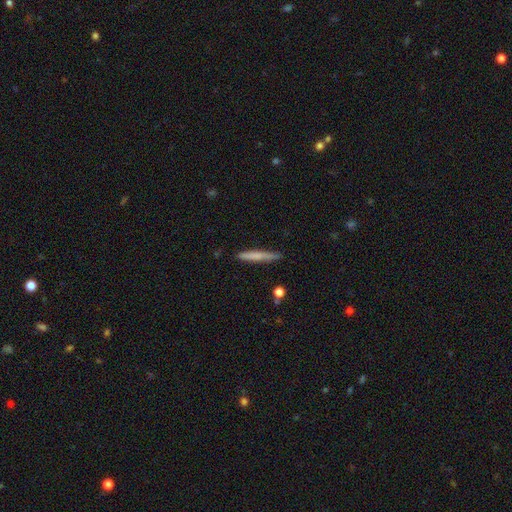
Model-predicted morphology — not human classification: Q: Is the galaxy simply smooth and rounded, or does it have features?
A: smooth — 66%.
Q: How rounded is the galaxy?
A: cigar-shaped — 95%.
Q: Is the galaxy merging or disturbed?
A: none — 86%.